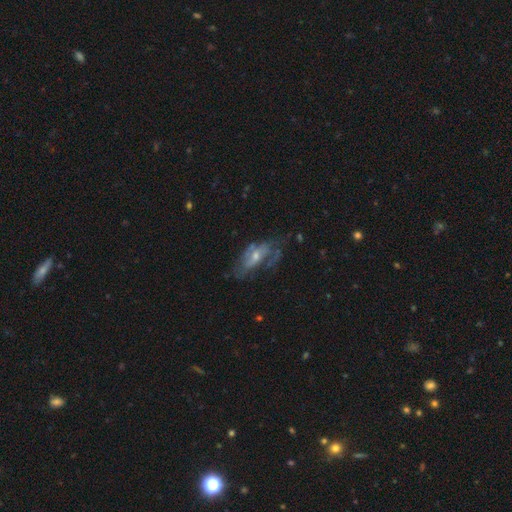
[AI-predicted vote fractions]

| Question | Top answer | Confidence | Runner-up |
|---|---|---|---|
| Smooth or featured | featured or disk | 68% | smooth (21%) |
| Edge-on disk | no | 88% | yes (12%) |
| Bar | no | 53% | weak (35%) |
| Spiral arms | yes | 66% | no (34%) |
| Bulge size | small | 48% | moderate (45%) |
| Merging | none | 48% | major disturbance (26%) |